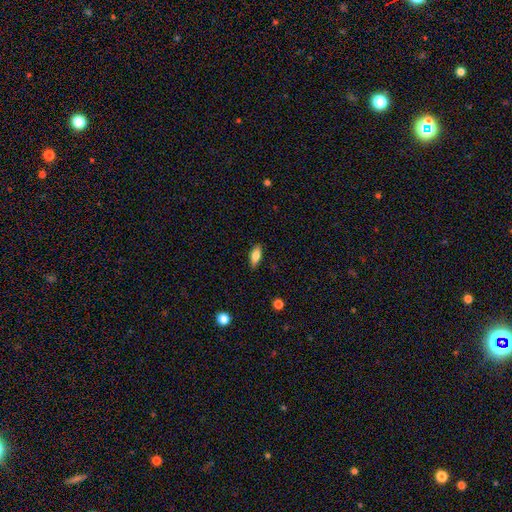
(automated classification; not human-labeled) A smooth galaxy with no disk features (75%) that is in between round and cigar-shaped (80%).

Vote fractions:
- Smooth or featured? smooth: 75% / featured or disk: 18% / star or artifact: 7%
- How rounded? in between: 80% / cigar-shaped: 17% / round: 3%
- Merging? none: 85% / minor disturbance: 11% / major disturbance: 2% / merger: 1%